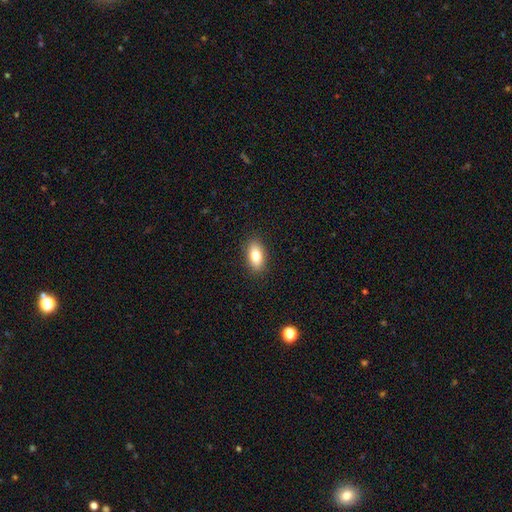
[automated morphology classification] This appears to be a smooth galaxy with no disk features (79%) that is in between round and cigar-shaped (87%). Merging: none (89%).